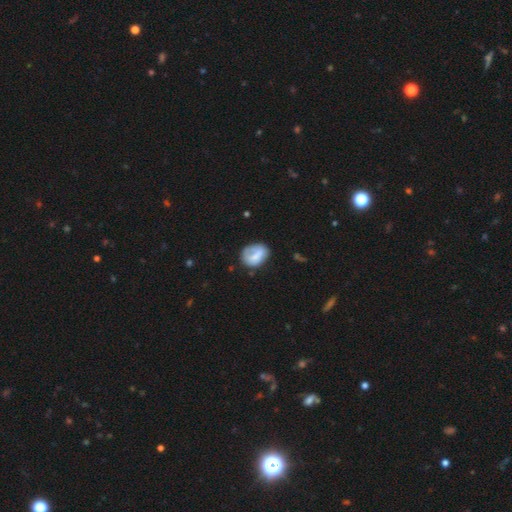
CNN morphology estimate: Overall: smooth (69%). How rounded: in between (59%; round 40%). Merging: none (56%; minor disturbance 28%).